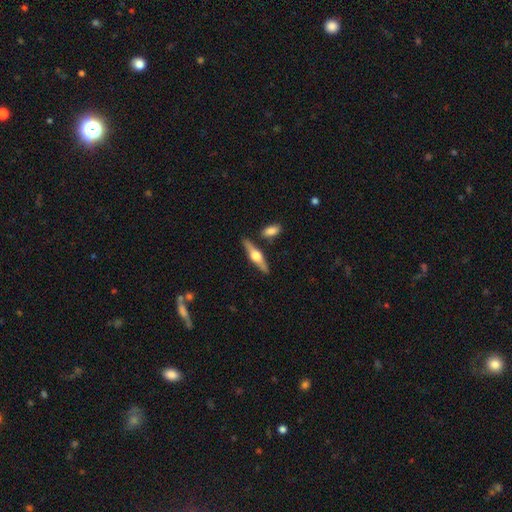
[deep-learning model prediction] smooth_or_featured: featured or disk (p=0.68) [alt: smooth p=0.27]
disk_edge_on: yes (p=0.96) [alt: no p=0.04]
edge_on_bulge: rounded (p=0.94) [alt: boxy p=0.04]
merging: none (p=0.82) [alt: minor disturbance p=0.09]